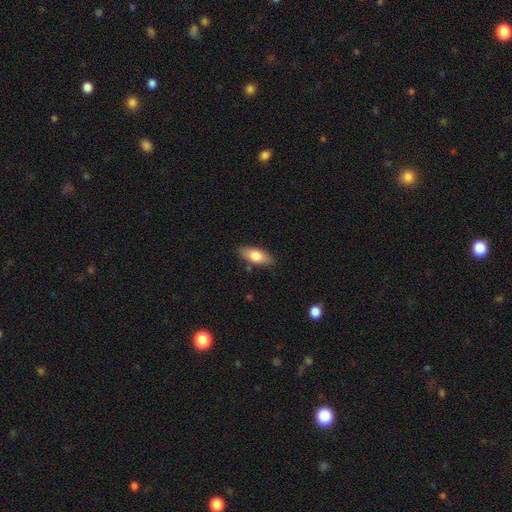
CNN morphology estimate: smooth-or-featured: smooth: 77% | featured or disk: 16% | star or artifact: 6%
  how-rounded: in between: 82% | cigar-shaped: 15% | round: 3%
  merging: none: 84% | minor disturbance: 12% | major disturbance: 3% | merger: 2%